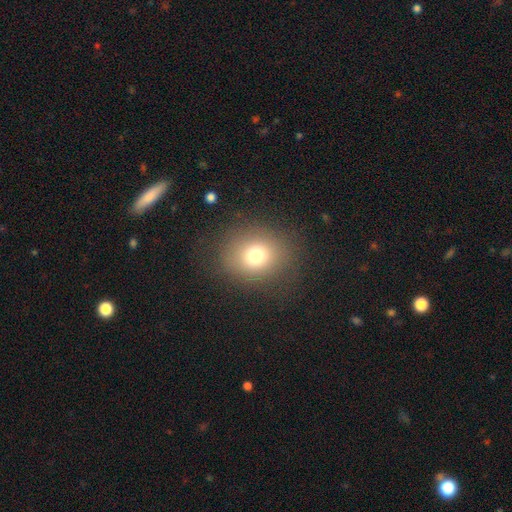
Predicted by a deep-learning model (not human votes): A smooth galaxy with no disk features (75%) that is round (73%). Merging: none (85%).